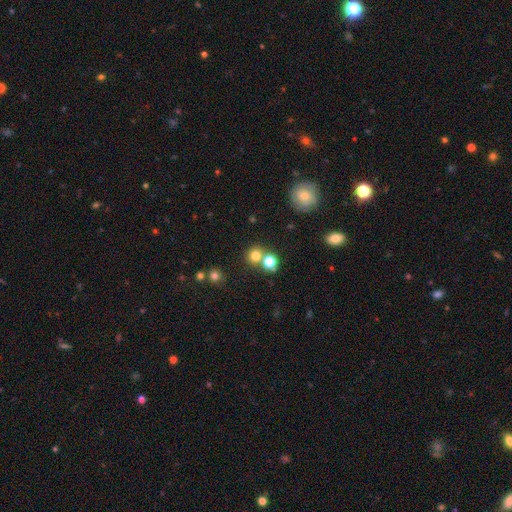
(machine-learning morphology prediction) smooth_or_featured: smooth (p=0.74) [alt: star or artifact p=0.18]
how_rounded: round (p=0.88) [alt: in between p=0.11]
merging: none (p=0.62) [alt: merger p=0.27]